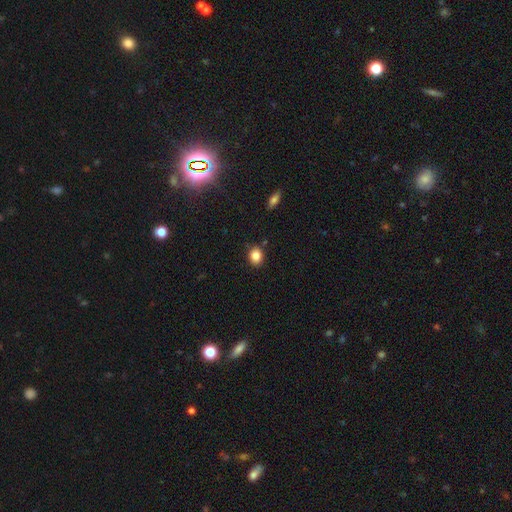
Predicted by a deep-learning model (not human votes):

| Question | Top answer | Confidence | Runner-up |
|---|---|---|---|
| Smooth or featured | smooth | 84% | star or artifact (10%) |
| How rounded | round | 65% | in between (34%) |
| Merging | none | 86% | minor disturbance (9%) |